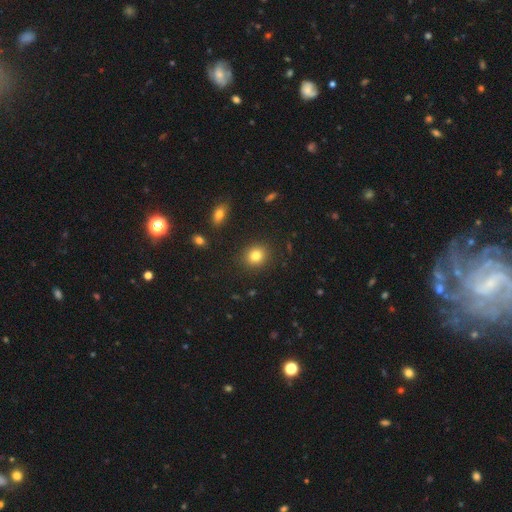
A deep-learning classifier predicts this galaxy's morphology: Q: Smooth or featured?
A: smooth (82%); runner-up: star or artifact (11%)
Q: How rounded?
A: round (76%); runner-up: in between (23%)
Q: Merging?
A: none (89%); runner-up: minor disturbance (7%)